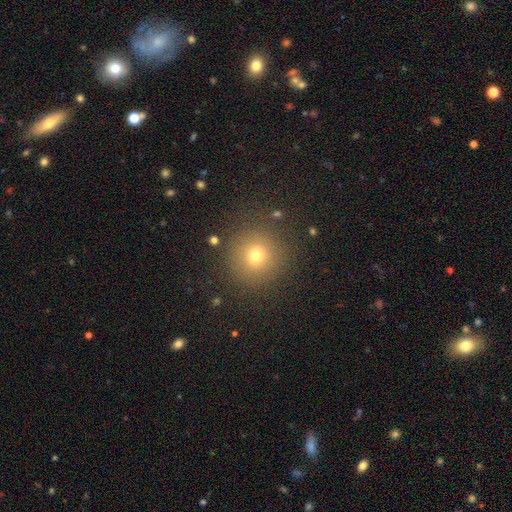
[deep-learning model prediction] A smooth galaxy with no disk features (71%) that is round (93%). Merging: none (87%).